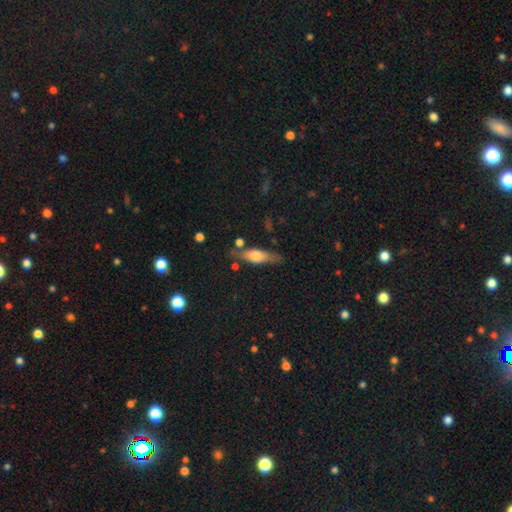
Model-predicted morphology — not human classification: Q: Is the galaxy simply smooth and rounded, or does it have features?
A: smooth — 51%.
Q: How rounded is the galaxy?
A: cigar-shaped — 50%.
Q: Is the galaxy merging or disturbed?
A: none — 69%.